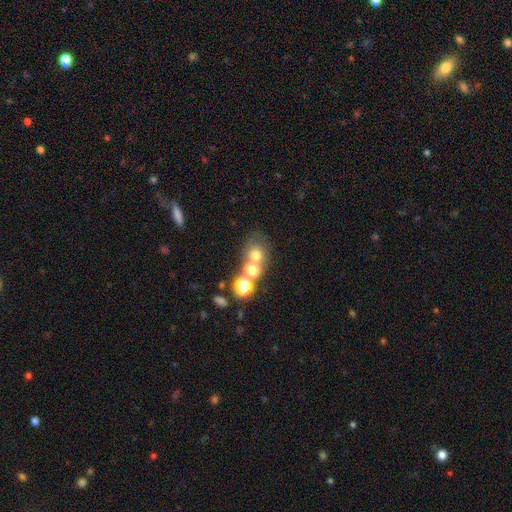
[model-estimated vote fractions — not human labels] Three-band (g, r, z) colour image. It shows a smooth galaxy with no disk features (65%) that is round (74%). Merging: none (46%).